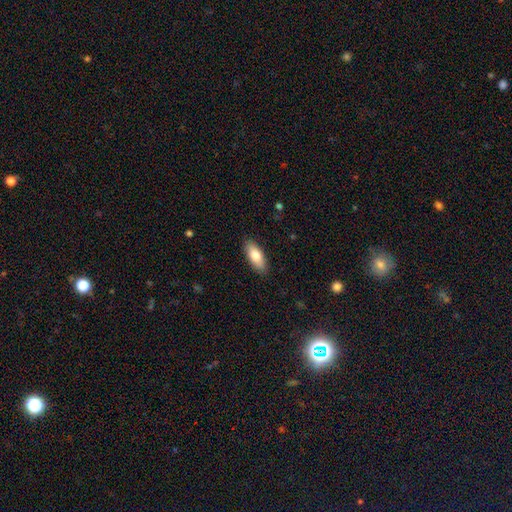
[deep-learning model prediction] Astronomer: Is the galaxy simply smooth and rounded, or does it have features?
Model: smooth — 81%.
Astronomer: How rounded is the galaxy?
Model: in between — 82%.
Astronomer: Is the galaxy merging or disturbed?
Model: none — 88%.